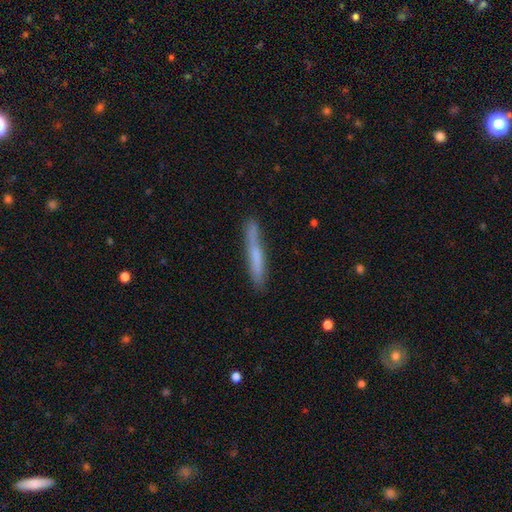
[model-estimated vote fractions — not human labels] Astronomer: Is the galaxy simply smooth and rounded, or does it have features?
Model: smooth — 59% (runner-up: featured or disk, 35%).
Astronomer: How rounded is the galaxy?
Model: cigar-shaped — 95%.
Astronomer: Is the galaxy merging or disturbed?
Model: none — 79%.